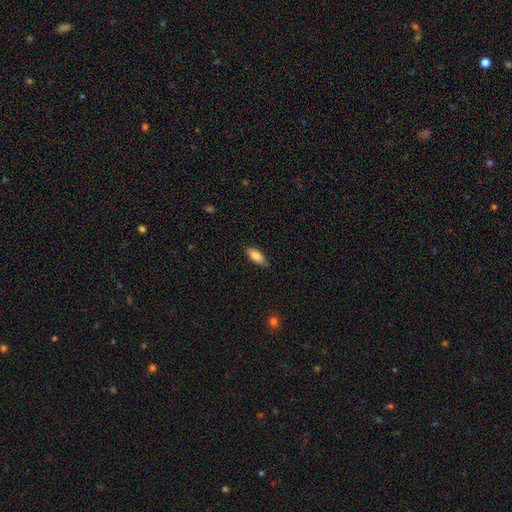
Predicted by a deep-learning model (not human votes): Morphology: type=smooth (84%); roundness=in between (75%); merging=none (82%).